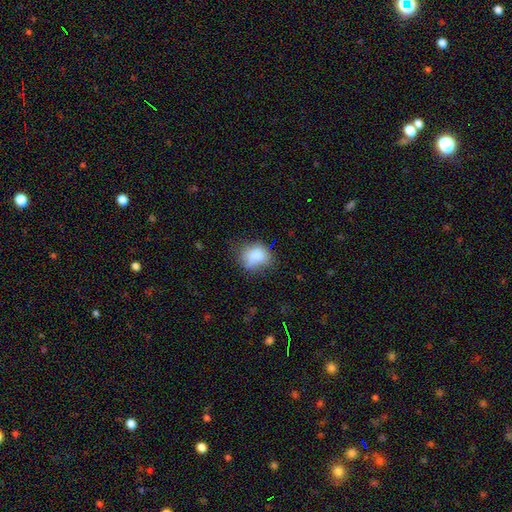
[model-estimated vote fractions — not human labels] A smooth galaxy with no disk features (80%) that is in between round and cigar-shaped (51%). Merging: none (49%).